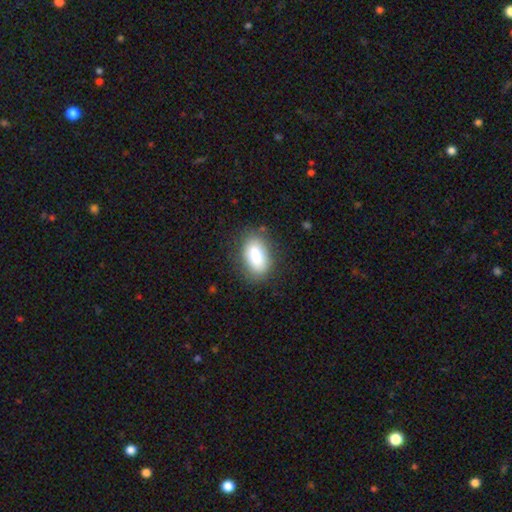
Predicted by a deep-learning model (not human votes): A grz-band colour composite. It shows a smooth galaxy with no disk features (82%) that is in between round and cigar-shaped (91%). Merging: none (80%).